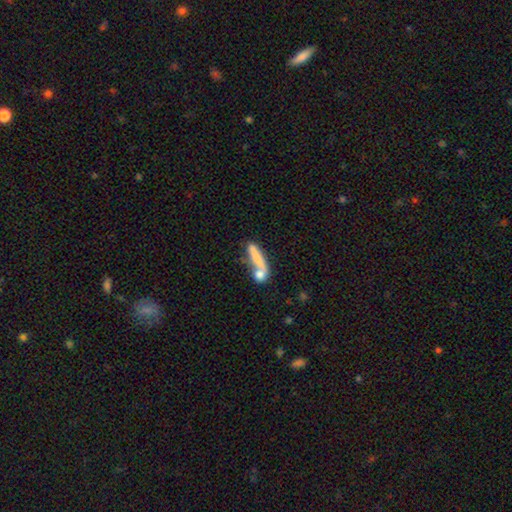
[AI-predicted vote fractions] Q: Smooth or featured?
A: smooth (68%); runner-up: featured or disk (24%)
Q: How rounded?
A: cigar-shaped (74%); runner-up: in between (21%)
Q: Merging?
A: merger (41%); runner-up: none (35%)